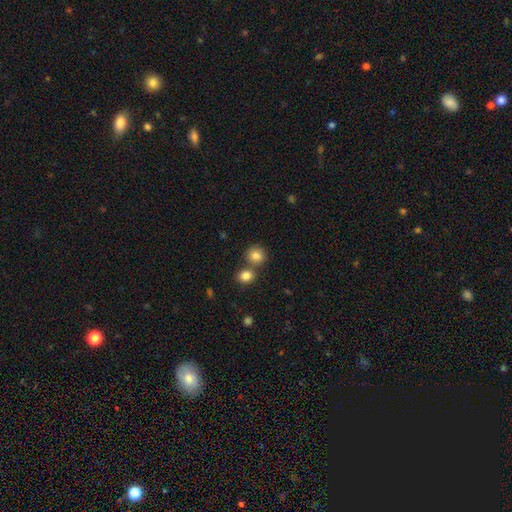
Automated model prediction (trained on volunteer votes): Q: Smooth or featured?
A: smooth (82%); runner-up: star or artifact (11%)
Q: How rounded?
A: round (81%); runner-up: in between (18%)
Q: Merging?
A: none (60%); runner-up: merger (29%)